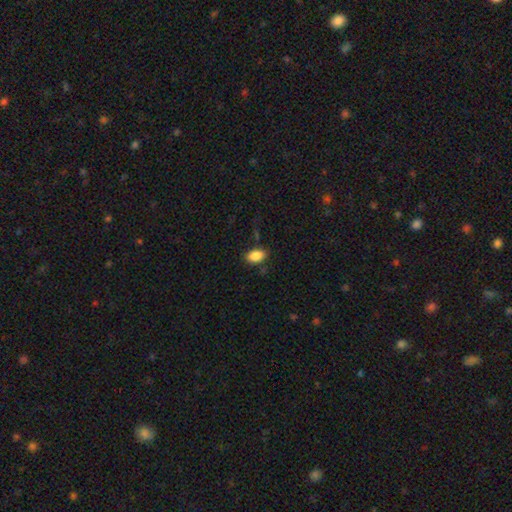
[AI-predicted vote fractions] Smooth or featured? Predicted: smooth (p=0.88). How rounded? Predicted: in between (p=0.91). Merging? Predicted: none (p=0.82).